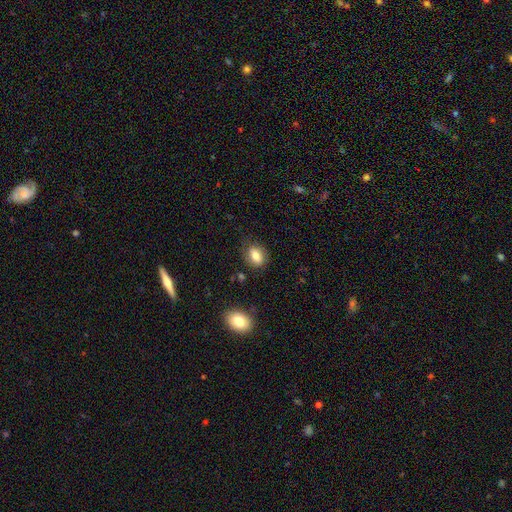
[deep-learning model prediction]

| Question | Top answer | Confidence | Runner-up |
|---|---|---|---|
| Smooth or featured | smooth | 79% | featured or disk (12%) |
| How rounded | in between | 68% | round (30%) |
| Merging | none | 78% | minor disturbance (15%) |